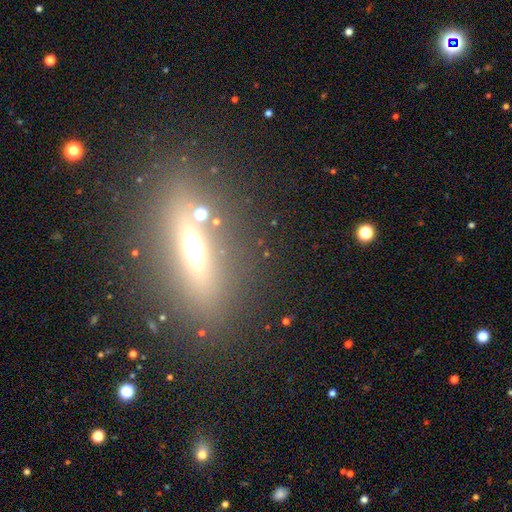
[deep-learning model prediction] Morphology: type=featured or disk (46%); merging=none (82%).